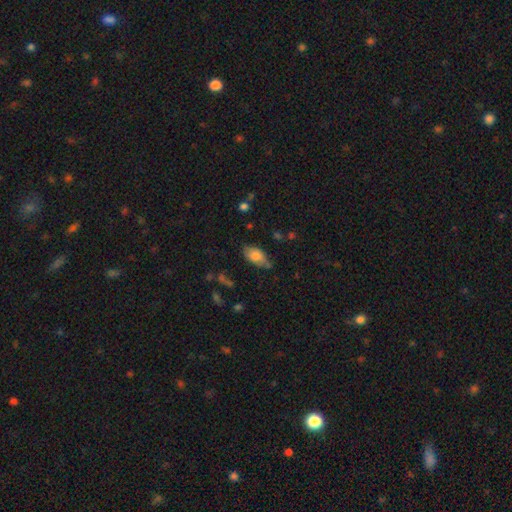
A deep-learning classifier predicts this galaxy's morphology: smooth-or-featured: smooth: 75% | featured or disk: 18% | star or artifact: 8%
  how-rounded: in between: 91% | cigar-shaped: 5% | round: 4%
  merging: none: 63% | minor disturbance: 28% | major disturbance: 6% | merger: 3%